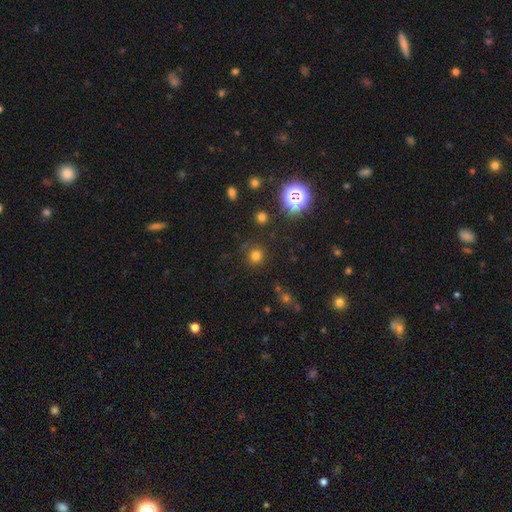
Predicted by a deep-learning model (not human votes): Smooth or featured? Predicted: smooth (p=0.72). How rounded? Predicted: round (p=0.92). Merging? Predicted: none (p=0.83).